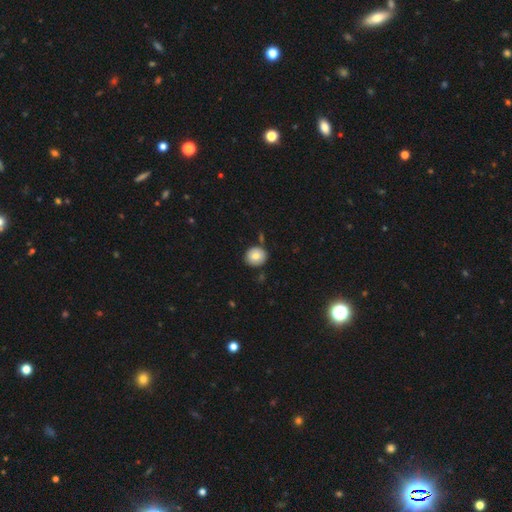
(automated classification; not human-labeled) smooth-or-featured: smooth: 79% | featured or disk: 12% | star or artifact: 9%
  how-rounded: round: 87% | in between: 12% | cigar-shaped: 1%
  merging: none: 83% | minor disturbance: 9% | merger: 5% | major disturbance: 2%